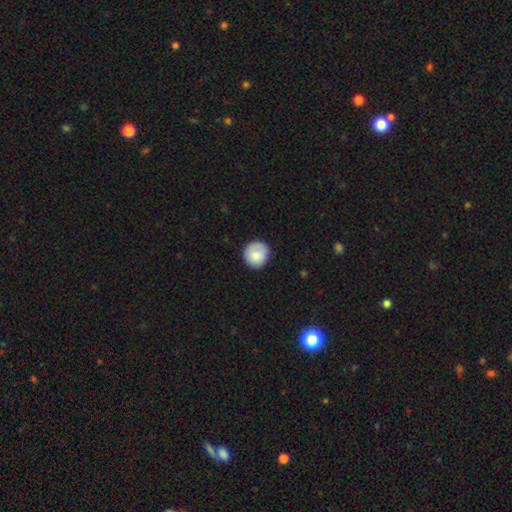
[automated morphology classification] smooth_or_featured: smooth (p=0.82) [alt: featured or disk p=0.11]
how_rounded: round (p=0.92) [alt: in between p=0.07]
merging: none (p=0.83) [alt: minor disturbance p=0.13]